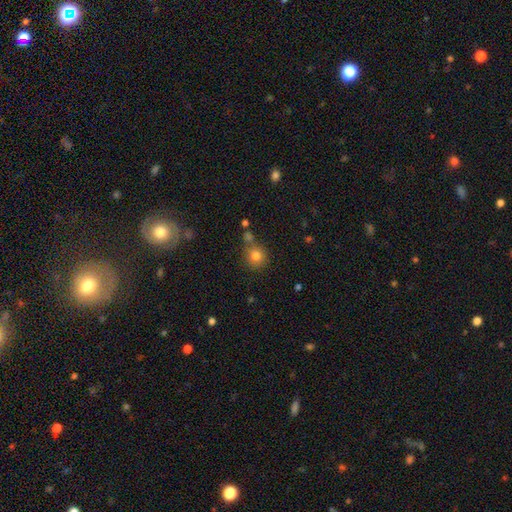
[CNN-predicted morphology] smooth 81%, star or artifact 12%, featured or disk 7%. Down the decision tree: how rounded — round (89%); merging — none (70%).